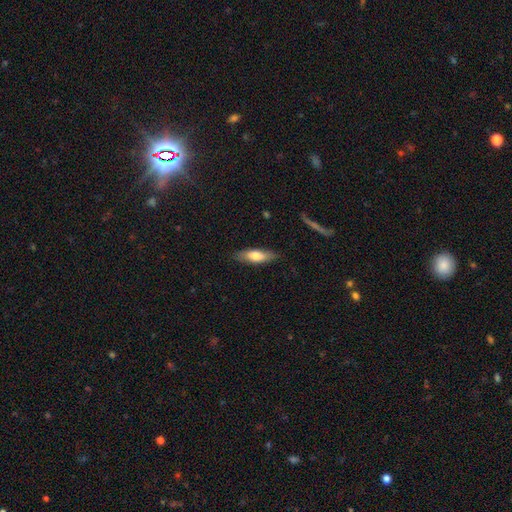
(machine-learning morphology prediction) This appears to be a smooth galaxy with no disk features (70%) that is in between round and cigar-shaped (53%). Merging: none (82%).